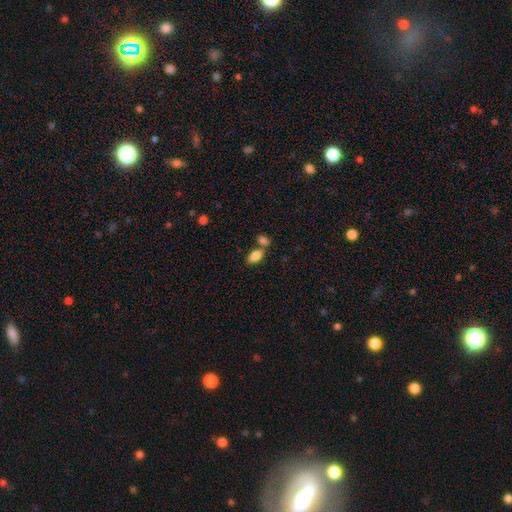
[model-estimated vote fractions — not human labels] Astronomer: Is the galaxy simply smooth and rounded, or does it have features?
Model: smooth — 84%.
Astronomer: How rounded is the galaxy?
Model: in between — 92%.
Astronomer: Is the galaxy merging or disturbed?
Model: none — 52% (runner-up: merger, 34%).